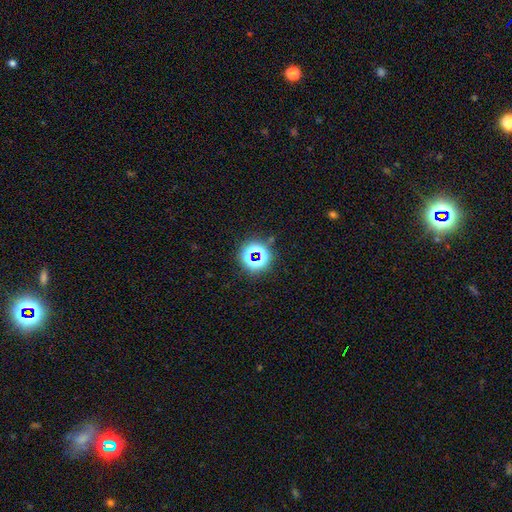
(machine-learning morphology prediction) smooth-or-featured: star or artifact: 65% | smooth: 25% | featured or disk: 10%